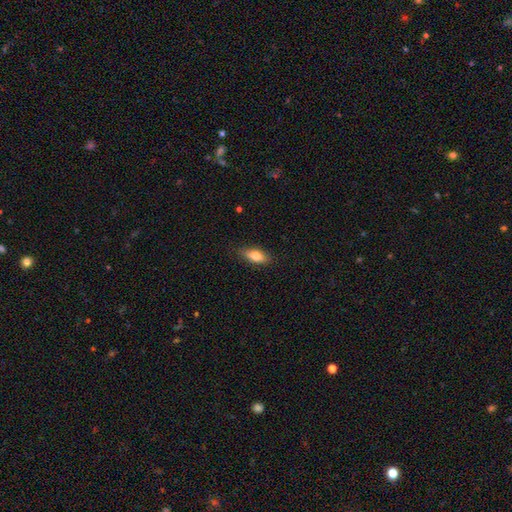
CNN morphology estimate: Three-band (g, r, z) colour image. It shows a smooth galaxy with no disk features (74%) that is in between round and cigar-shaped (78%). Merging: none (84%).